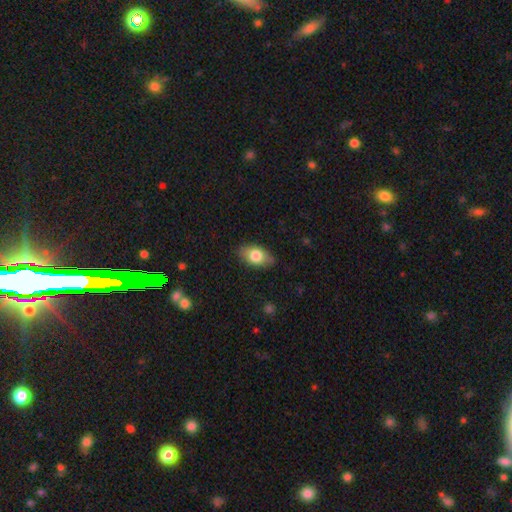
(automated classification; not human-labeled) Smooth or featured? Predicted: smooth (p=0.78). How rounded? Predicted: in between (p=0.90). Merging? Predicted: none (p=0.84).